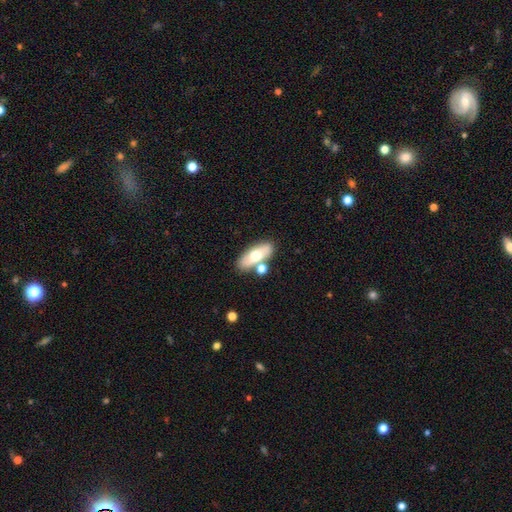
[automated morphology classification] Smooth or featured? Predicted: smooth (p=0.55). How rounded? Predicted: in between (p=0.80). Merging? Predicted: none (p=0.70).